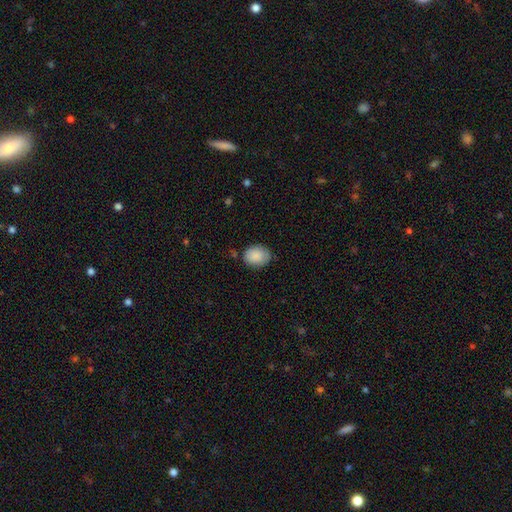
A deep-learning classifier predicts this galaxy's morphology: Smooth or featured: smooth — 88% (star or artifact — 7%)
How rounded: in between — 58% (round — 41%)
Merging: none — 77% (minor disturbance — 18%)